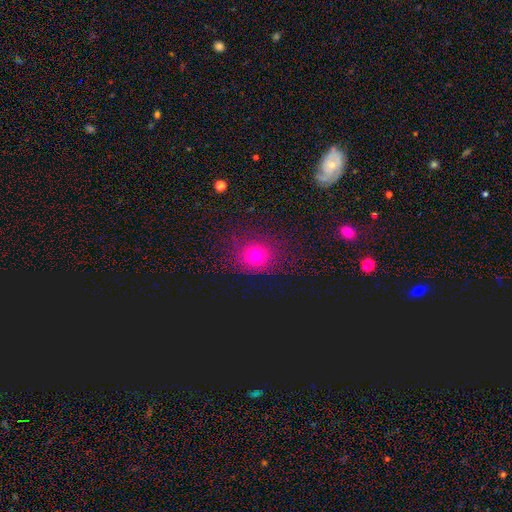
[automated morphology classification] This is likely a smooth galaxy (68%). How rounded: likely round (78%). Merging: clearly none (82%).